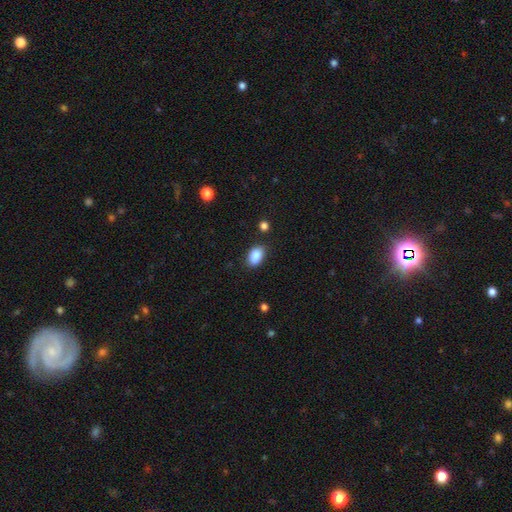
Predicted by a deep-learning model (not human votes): Smooth or featured?
  - smooth: 88% *
  - star or artifact: 8%
  - featured or disk: 4%
How rounded?
  - in between: 88% *
  - round: 10%
  - cigar-shaped: 2%
Merging?
  - none: 82% *
  - minor disturbance: 13%
  - major disturbance: 3%
  - merger: 2%